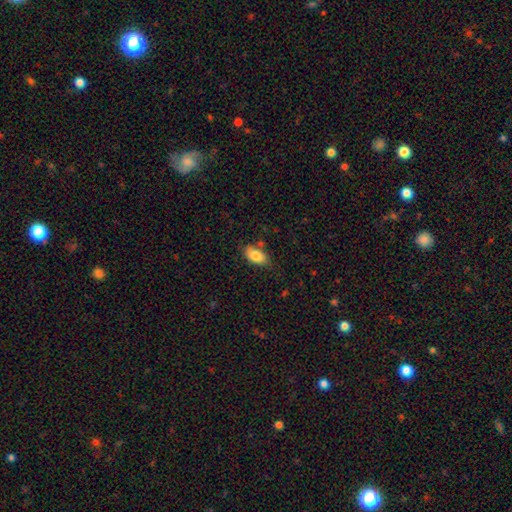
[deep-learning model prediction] Smooth or featured?
  - smooth: 83% *
  - featured or disk: 10%
  - star or artifact: 7%
How rounded?
  - in between: 92% *
  - round: 4%
  - cigar-shaped: 4%
Merging?
  - none: 72% *
  - minor disturbance: 20%
  - merger: 5%
  - major disturbance: 4%